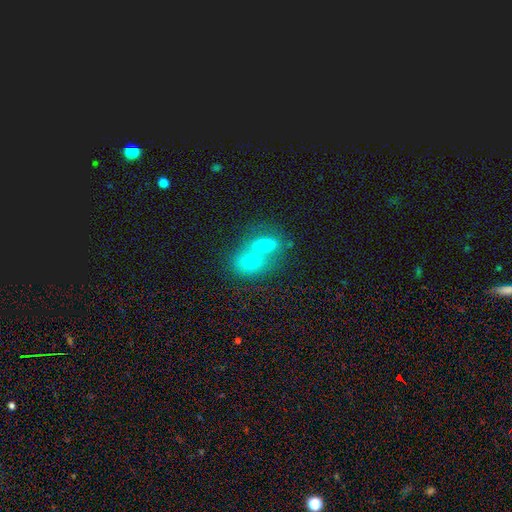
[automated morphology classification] Q: Smooth or featured?
A: smooth (59%); runner-up: featured or disk (26%)
Q: How rounded?
A: in between (55%); runner-up: round (42%)
Q: Merging?
A: merger (71%); runner-up: none (21%)